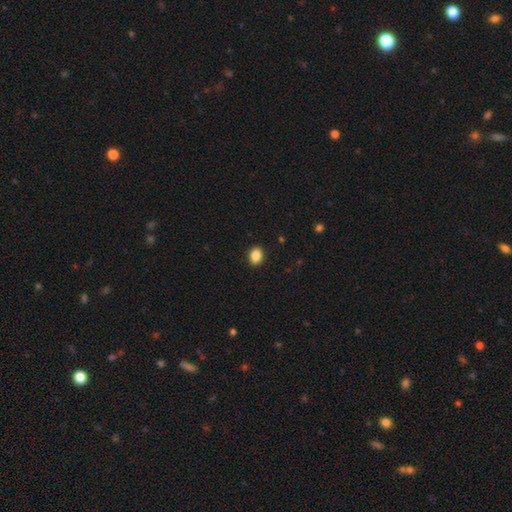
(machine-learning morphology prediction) Smooth or featured?
  - smooth: 88% *
  - star or artifact: 9%
  - featured or disk: 4%
How rounded?
  - in between: 71% *
  - round: 28%
  - cigar-shaped: 1%
Merging?
  - none: 90% *
  - minor disturbance: 7%
  - major disturbance: 2%
  - merger: 1%